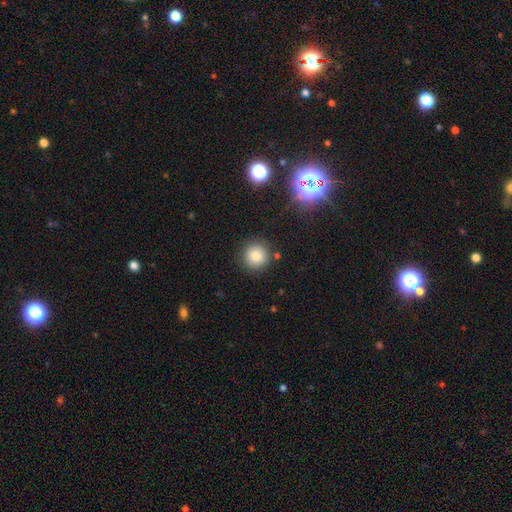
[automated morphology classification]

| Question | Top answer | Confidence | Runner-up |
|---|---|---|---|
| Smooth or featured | smooth | 80% | star or artifact (13%) |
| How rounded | round | 94% | in between (5%) |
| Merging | none | 86% | minor disturbance (8%) |